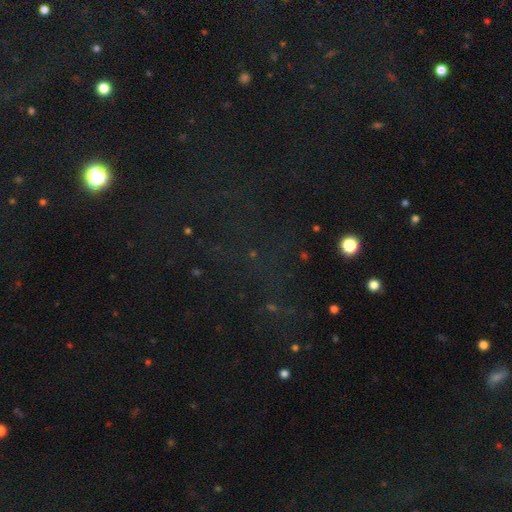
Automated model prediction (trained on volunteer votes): This is likely a star or artifact rather than a galaxy (69%).